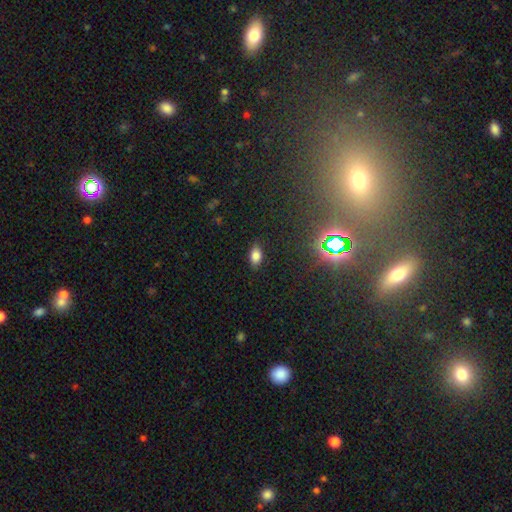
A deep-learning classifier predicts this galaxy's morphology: This appears to be a smooth galaxy with no disk features (79%) that is in between round and cigar-shaped (90%). Merging: none (85%).